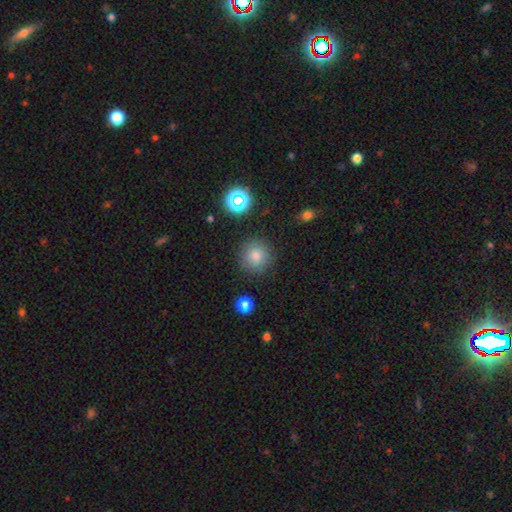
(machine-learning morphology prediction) type=smooth (79%); roundness=round (95%); merging=none (89%).